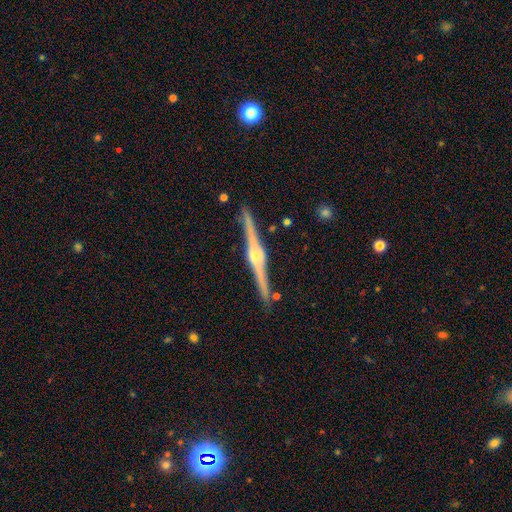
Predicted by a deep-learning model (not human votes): This appears to be a featured or disk galaxy (88%) viewed edge-on (99%) with a rounded central bulge (88%). Merging: none (91%).